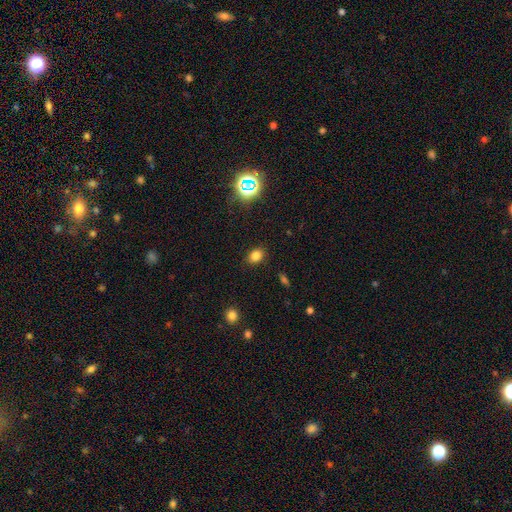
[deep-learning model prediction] A smooth galaxy with no disk features (78%) that is in between round and cigar-shaped (64%). Merging: none (87%).